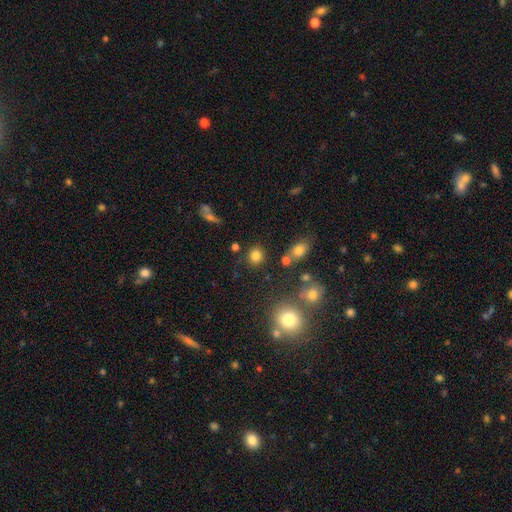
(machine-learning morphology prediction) Overall: smooth (81%). How rounded: round (81%). Merging: none (81%).